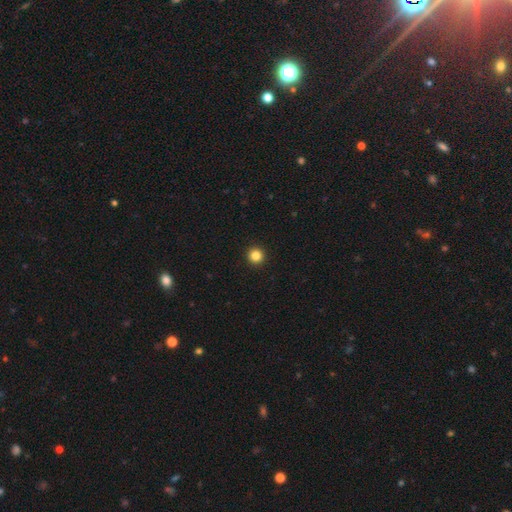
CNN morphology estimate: A smooth galaxy with no disk features (84%) that is round (96%). Merging: none (94%).